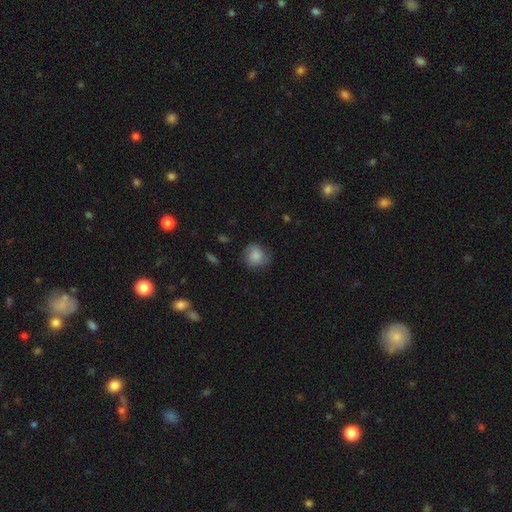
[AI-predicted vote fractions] A smooth galaxy with no disk features (81%) that is round (83%). Merging: none (71%).